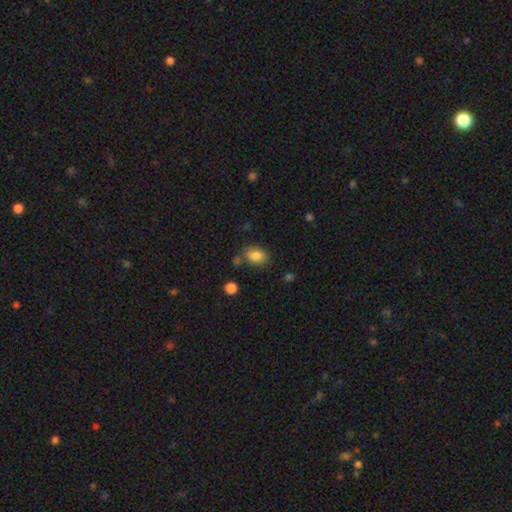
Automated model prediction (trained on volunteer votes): Morphology: type=smooth (84%); roundness=in between (80%); merging=none (71%).